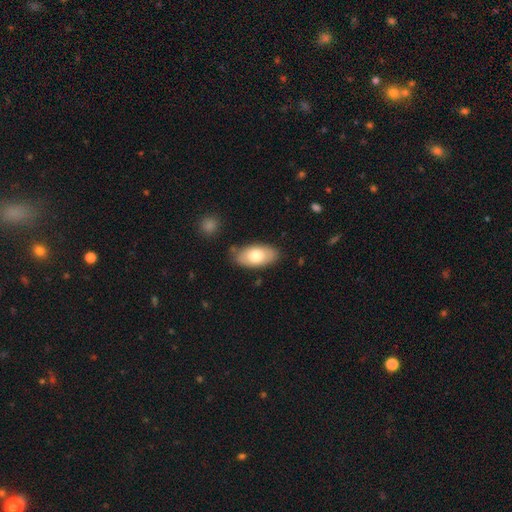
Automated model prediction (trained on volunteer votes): A smooth galaxy with no disk features (75%) that is in between round and cigar-shaped (94%).

Vote fractions:
- Smooth or featured? smooth: 75% / featured or disk: 19% / star or artifact: 6%
- How rounded? in between: 94% / round: 3% / cigar-shaped: 3%
- Merging? none: 80% / minor disturbance: 14% / major disturbance: 3% / merger: 3%